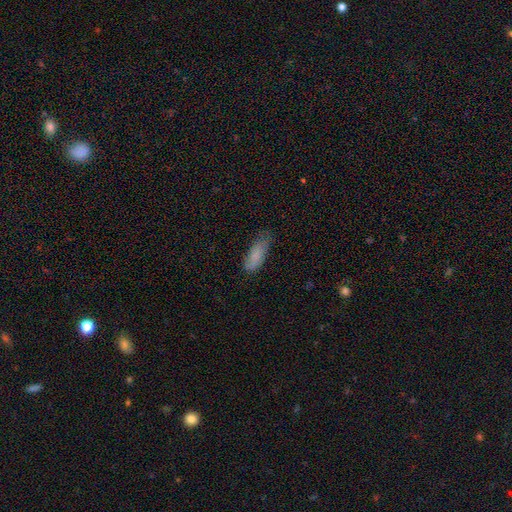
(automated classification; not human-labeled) Smooth or featured? smooth (82%)
How rounded? in between (67%)
Merging? none (64%)